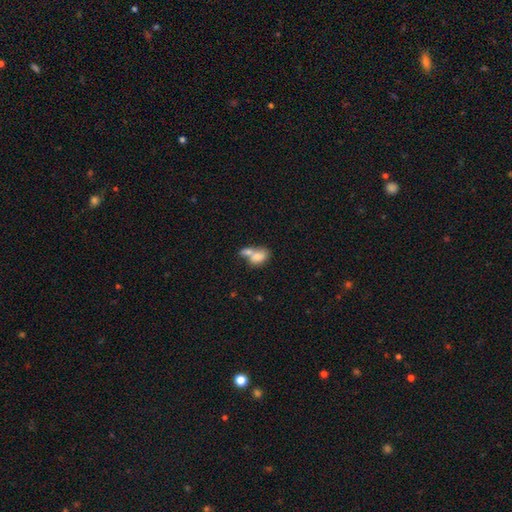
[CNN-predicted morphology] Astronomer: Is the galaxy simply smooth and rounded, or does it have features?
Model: smooth — 75%.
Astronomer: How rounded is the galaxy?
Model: in between — 79%.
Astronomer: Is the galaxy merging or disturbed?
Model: merger — 64%.